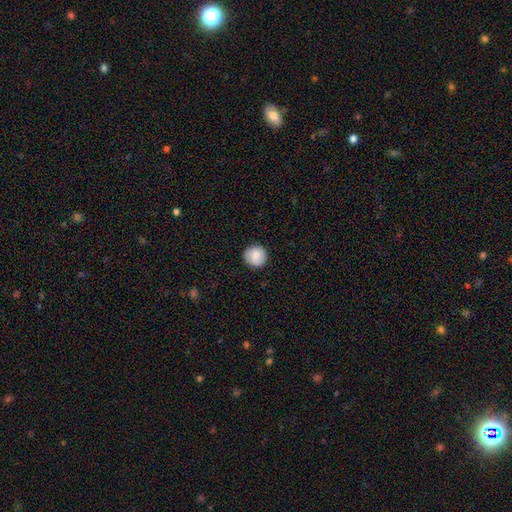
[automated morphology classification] type=smooth (79%); roundness=round (93%); merging=none (88%).